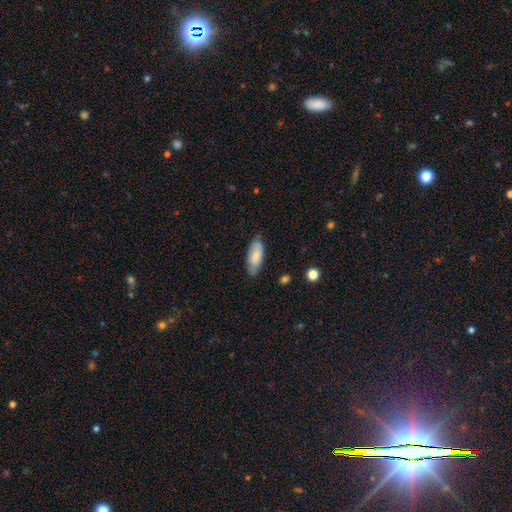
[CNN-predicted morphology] Smooth or featured? Predicted: smooth (p=0.81). How rounded? Predicted: in between (p=0.81). Merging? Predicted: none (p=0.77).